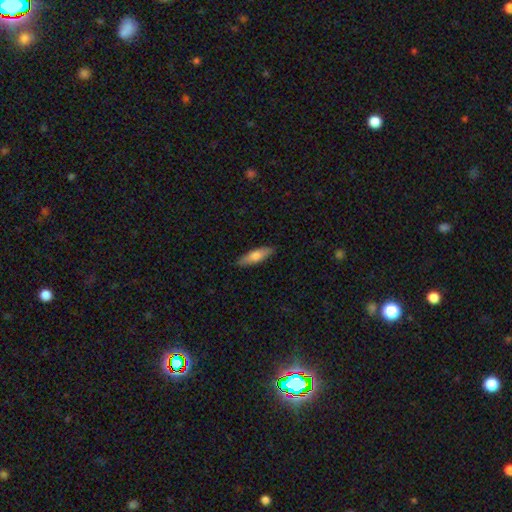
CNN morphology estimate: Q: Smooth or featured?
A: smooth (71%); runner-up: featured or disk (23%)
Q: How rounded?
A: cigar-shaped (55%); runner-up: in between (44%)
Q: Merging?
A: none (88%); runner-up: minor disturbance (9%)